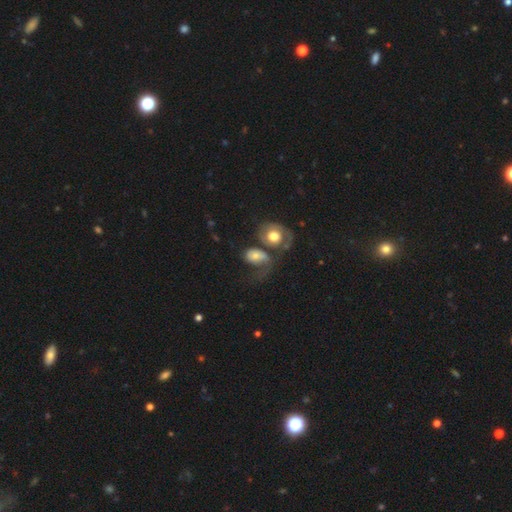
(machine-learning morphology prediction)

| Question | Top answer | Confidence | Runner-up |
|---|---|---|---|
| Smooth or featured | smooth | 53% | featured or disk (40%) |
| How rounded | in between | 64% | round (35%) |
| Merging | merger | 42% | major disturbance (31%) |